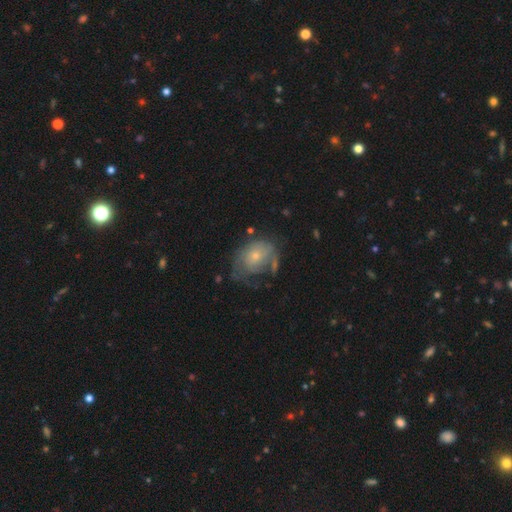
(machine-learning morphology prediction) Overall: featured or disk (54%; smooth 38%). Edge-on disk: no (97%). Bar: no (81%). Spiral arms: yes (61%; no 39%). Bulge size: small (63%; moderate 31%). Merging: major disturbance (35%; none 34%).